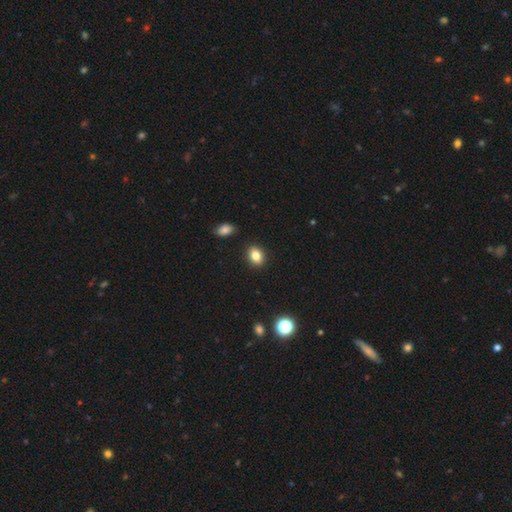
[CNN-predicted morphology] Q: Smooth or featured?
A: smooth (83%); runner-up: star or artifact (10%)
Q: How rounded?
A: in between (71%); runner-up: round (28%)
Q: Merging?
A: none (88%); runner-up: minor disturbance (7%)